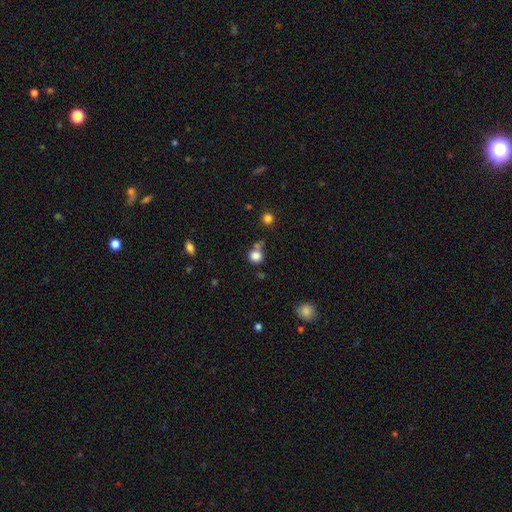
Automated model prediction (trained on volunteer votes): This is clearly a smooth galaxy (82%). How rounded: clearly round (87%). Merging: likely none (61%).